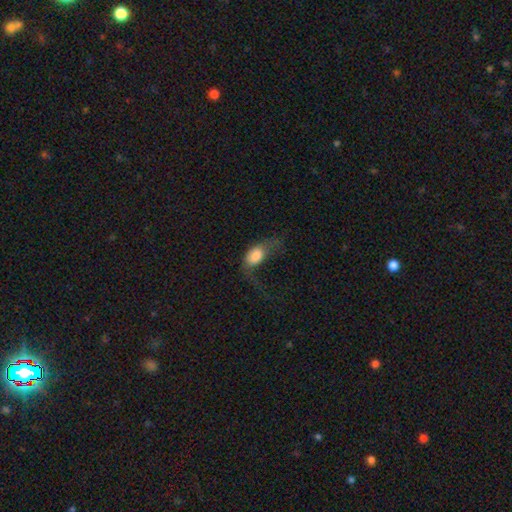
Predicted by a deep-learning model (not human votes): Smooth or featured: smooth — 74% (featured or disk — 19%)
How rounded: in between — 89% (round — 8%)
Merging: major disturbance — 61% (minor disturbance — 18%)